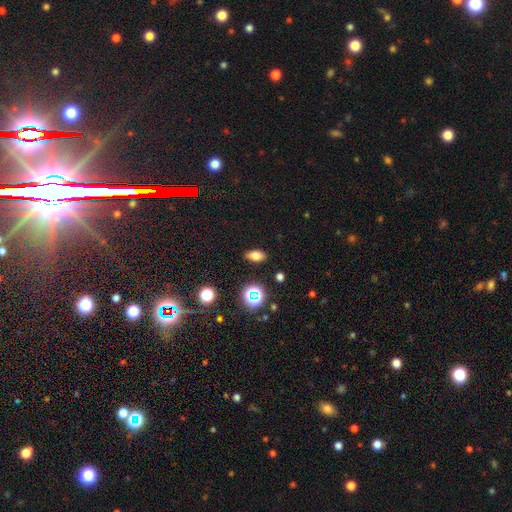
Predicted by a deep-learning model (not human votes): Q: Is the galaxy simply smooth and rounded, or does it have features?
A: smooth — 73%.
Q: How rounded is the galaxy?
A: in between — 84%.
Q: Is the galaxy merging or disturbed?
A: none — 87%.